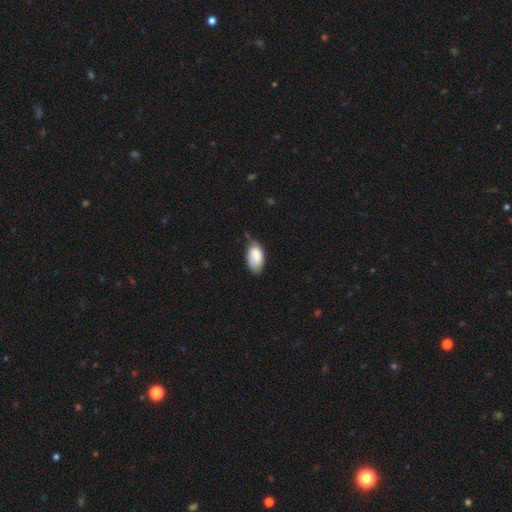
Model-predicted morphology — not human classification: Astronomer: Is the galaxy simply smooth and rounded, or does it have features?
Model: smooth — 85%.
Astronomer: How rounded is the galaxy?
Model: in between — 95%.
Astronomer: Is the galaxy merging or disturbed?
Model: none — 49% (runner-up: minor disturbance, 41%).